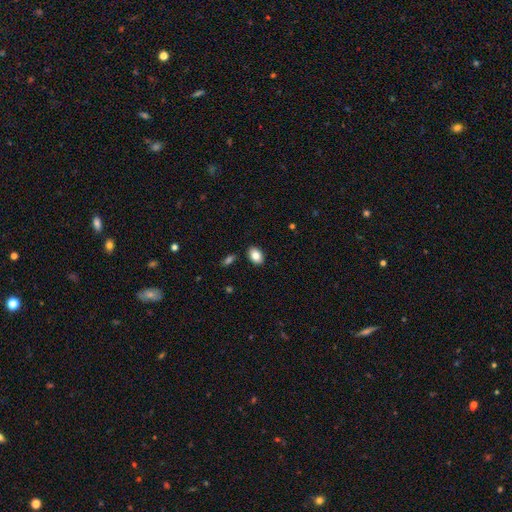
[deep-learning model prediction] A smooth galaxy with no disk features (84%) that is in between round and cigar-shaped (83%). Merging: none (88%).